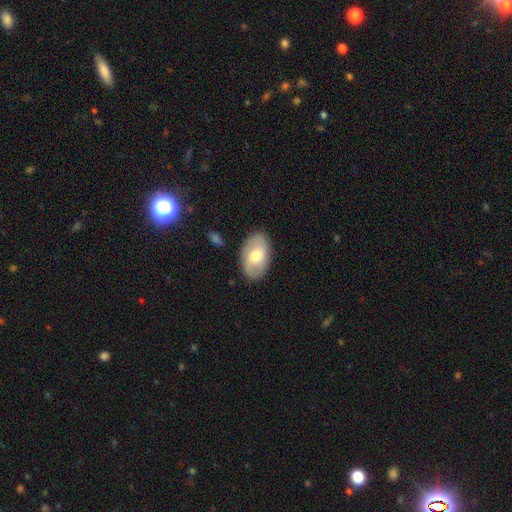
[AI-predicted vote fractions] The model was most divided on "smooth or featured" (2-way tie): smooth: 47%, featured or disk: 47%, star or artifact: 6%. More confident: merging — none (85%).